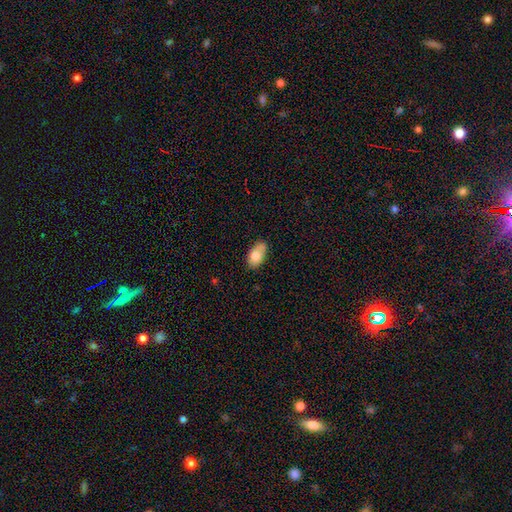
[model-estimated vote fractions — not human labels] Morphology: type=smooth (78%); roundness=in between (91%); merging=none (61%).